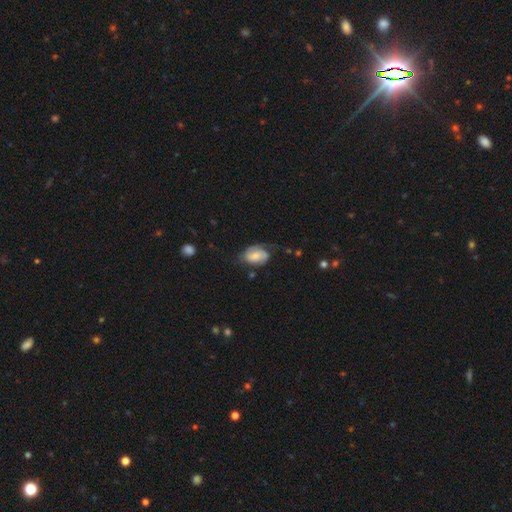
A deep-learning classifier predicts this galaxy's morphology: featured or disk 49%, smooth 44%, star or artifact 7%. Down the decision tree: merging — none (48%).